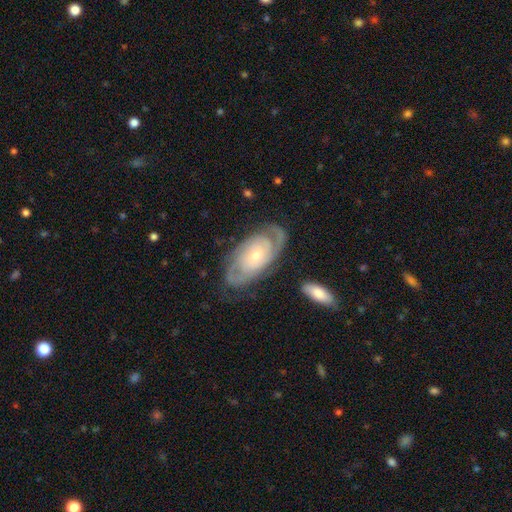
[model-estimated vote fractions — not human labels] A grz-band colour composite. It shows a featured or disk galaxy (84%) with no bar (74%), 2 (55%) tight (68%) spiral arms (94%) and a small central bulge (63%). Merging: none (72%).